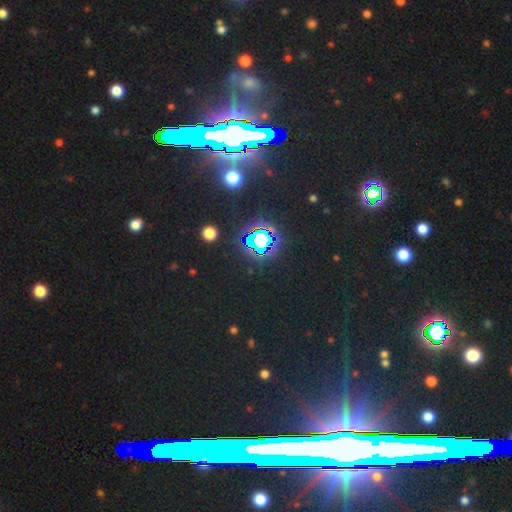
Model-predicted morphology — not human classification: Smooth or featured?
  - star or artifact: 79% *
  - featured or disk: 12%
  - smooth: 10%